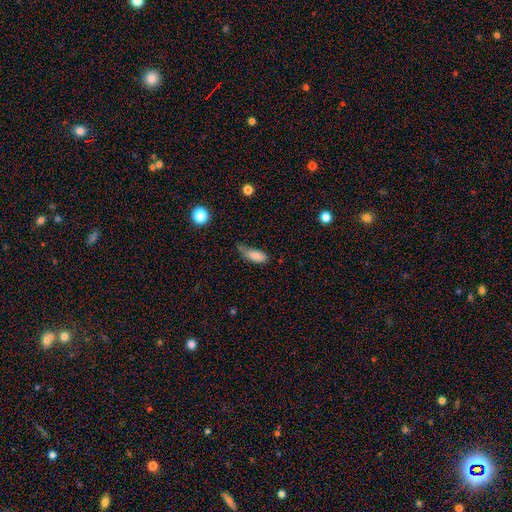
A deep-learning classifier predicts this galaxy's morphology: Smooth or featured: smooth — 84% (star or artifact — 9%)
How rounded: in between — 79% (cigar-shaped — 18%)
Merging: minor disturbance — 40% (none — 37%)